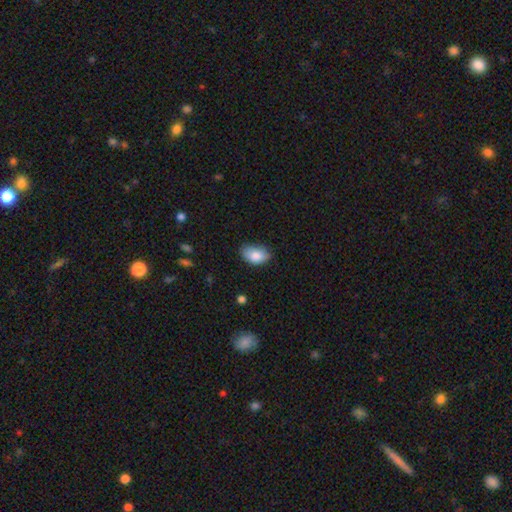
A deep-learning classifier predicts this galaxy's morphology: Smooth or featured? Predicted: smooth (p=0.86). How rounded? Predicted: in between (p=0.91). Merging? Predicted: none (p=0.66).